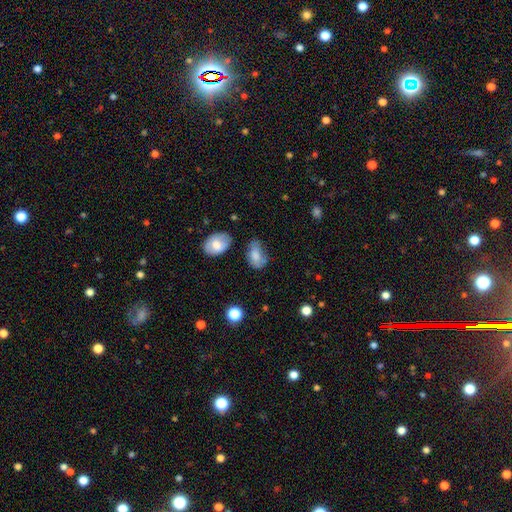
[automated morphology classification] Q: Smooth or featured?
A: smooth (65%); runner-up: featured or disk (26%)
Q: How rounded?
A: in between (88%); runner-up: round (10%)
Q: Merging?
A: none (45%); runner-up: minor disturbance (33%)